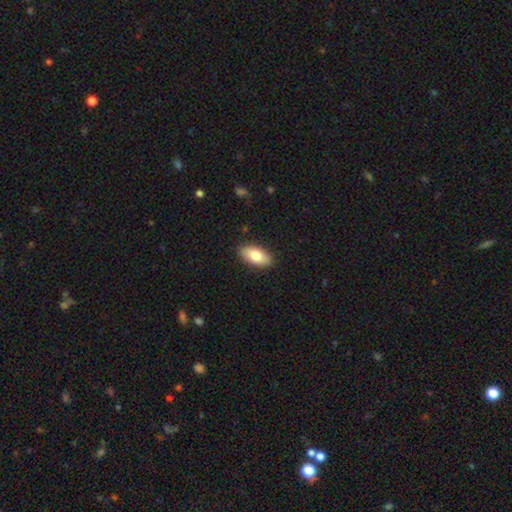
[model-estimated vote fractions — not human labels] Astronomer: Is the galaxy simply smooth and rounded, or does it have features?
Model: smooth — 79%.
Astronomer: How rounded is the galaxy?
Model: in between — 92%.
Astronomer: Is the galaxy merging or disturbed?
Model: none — 89%.